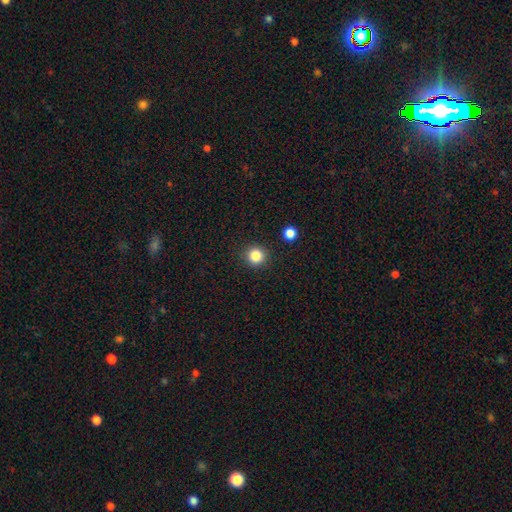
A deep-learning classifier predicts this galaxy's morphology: The model was most divided on "smooth or featured": smooth: 84%, star or artifact: 11%, featured or disk: 4%. More confident: how rounded — round (94%); merging — none (91%).